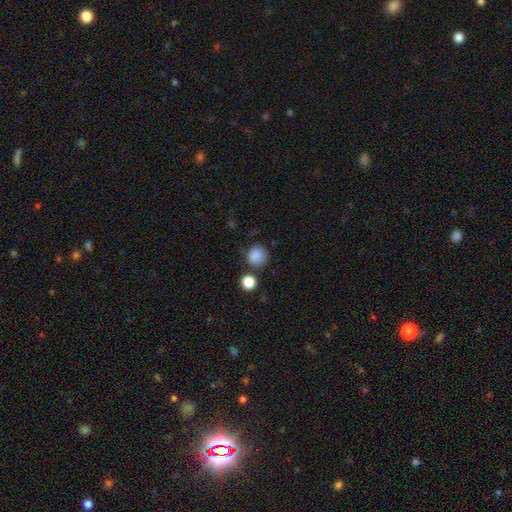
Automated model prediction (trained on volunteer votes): Smooth or featured: smooth — 86% (star or artifact — 10%)
How rounded: round — 88% (in between — 12%)
Merging: none — 74% (minor disturbance — 14%)